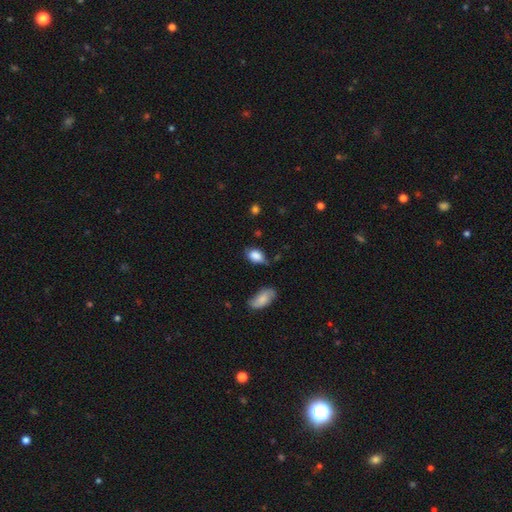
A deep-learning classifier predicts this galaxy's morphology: Smooth or featured? Predicted: smooth (p=0.83). How rounded? Predicted: in between (p=0.87). Merging? Predicted: none (p=0.53).